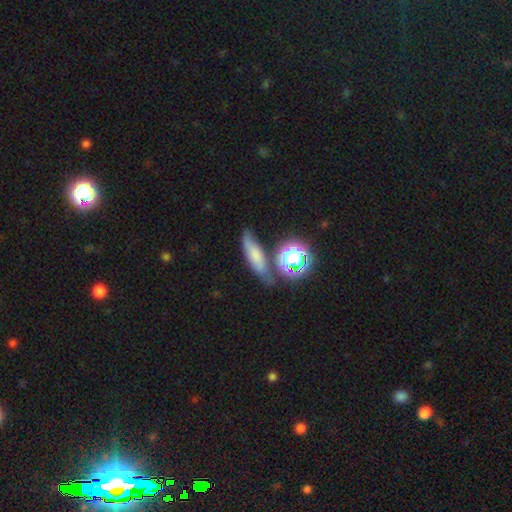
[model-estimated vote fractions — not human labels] Morphology: type=smooth (59%); roundness=in between (45%); merging=none (59%).